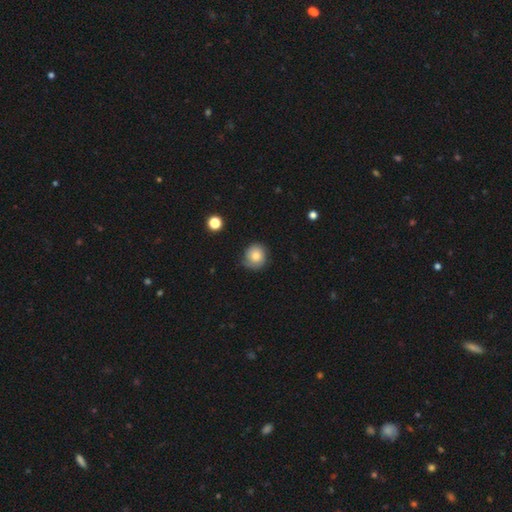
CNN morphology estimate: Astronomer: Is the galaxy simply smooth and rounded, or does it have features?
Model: smooth — 76%.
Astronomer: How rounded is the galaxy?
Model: round — 87%.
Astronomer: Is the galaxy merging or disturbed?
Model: none — 68%.